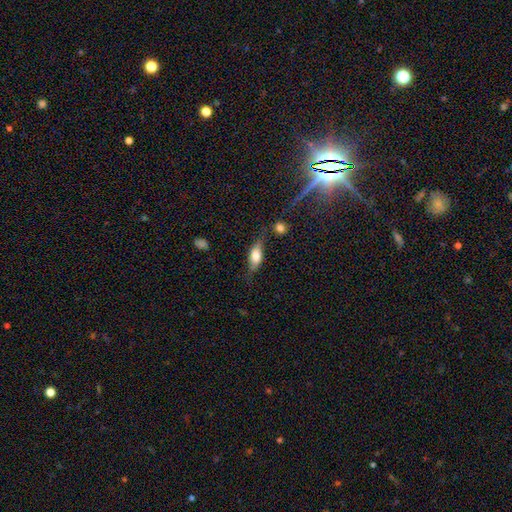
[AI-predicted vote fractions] smooth_or_featured: smooth (p=0.64) [alt: featured or disk p=0.28]
how_rounded: in between (p=0.75) [alt: cigar-shaped p=0.20]
merging: none (p=0.62) [alt: minor disturbance p=0.25]